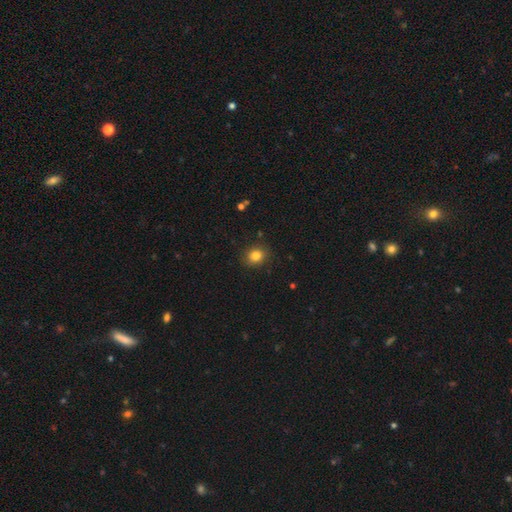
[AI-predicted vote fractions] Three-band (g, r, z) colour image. It shows a smooth galaxy with no disk features (82%) that is round (69%). Merging: none (88%).